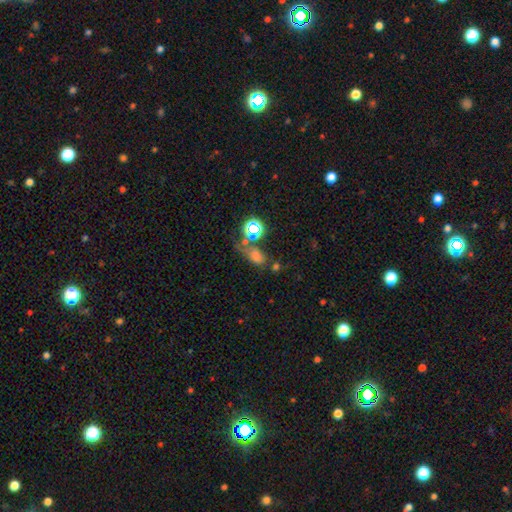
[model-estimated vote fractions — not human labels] This appears to be a smooth galaxy with no disk features (54%) that is in between round and cigar-shaped (57%). Merging: none (50%).